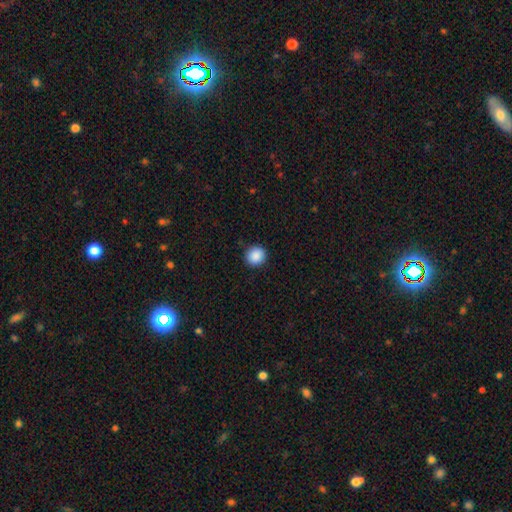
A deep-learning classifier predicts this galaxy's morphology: A smooth galaxy with no disk features (89%) that is round (89%). Merging: none (91%).